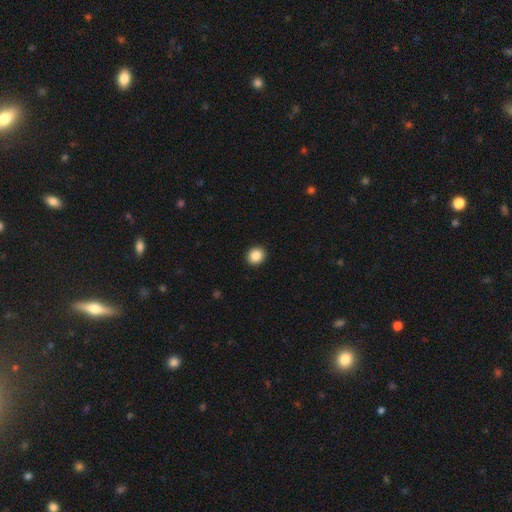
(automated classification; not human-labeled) Overall: smooth (87%). How rounded: round (76%). Merging: none (93%).